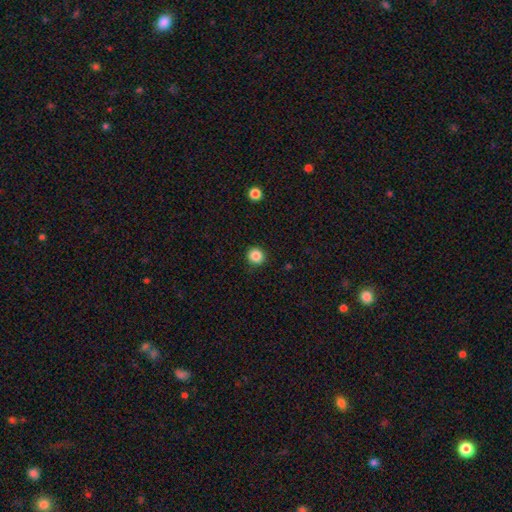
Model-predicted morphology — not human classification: Q: Smooth or featured?
A: smooth (86%); runner-up: star or artifact (10%)
Q: How rounded?
A: round (94%); runner-up: in between (5%)
Q: Merging?
A: none (92%); runner-up: minor disturbance (5%)